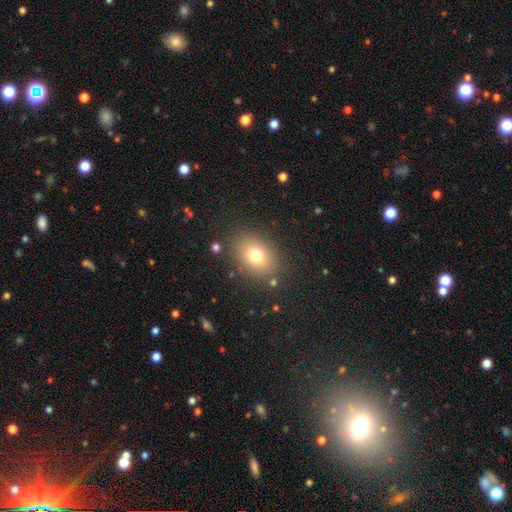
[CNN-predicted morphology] This appears to be a smooth galaxy with no disk features (76%) that is in between round and cigar-shaped (72%). Merging: none (84%).